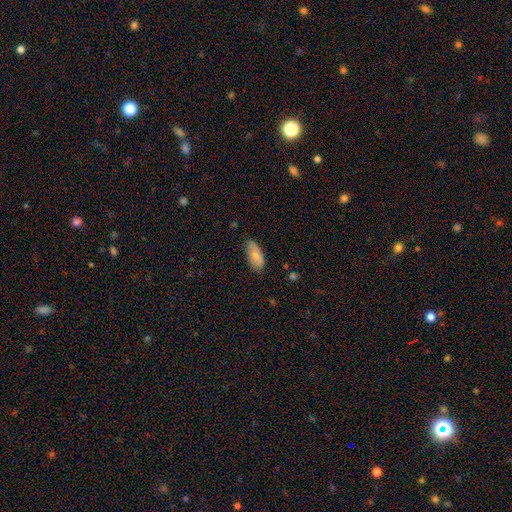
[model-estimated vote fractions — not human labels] smooth-or-featured: smooth: 76% | featured or disk: 18% | star or artifact: 6%
  how-rounded: in between: 88% | cigar-shaped: 10% | round: 2%
  merging: none: 73% | minor disturbance: 22% | major disturbance: 4% | merger: 1%